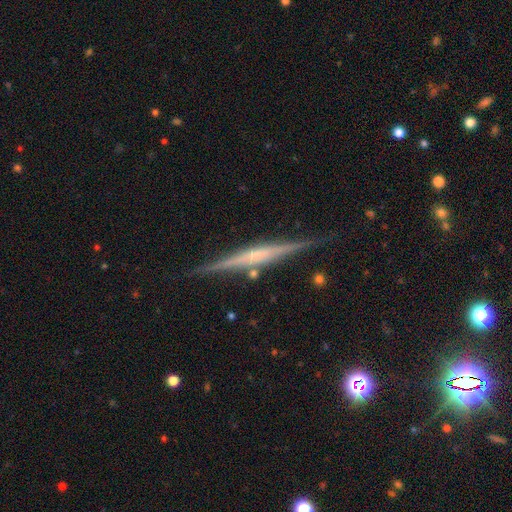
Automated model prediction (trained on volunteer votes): Q: Smooth or featured?
A: featured or disk (76%); runner-up: smooth (17%)
Q: Edge-on disk?
A: yes (98%); runner-up: no (2%)
Q: Edge-on bulge?
A: none (47%); runner-up: rounded (36%)
Q: Merging?
A: none (87%); runner-up: minor disturbance (9%)